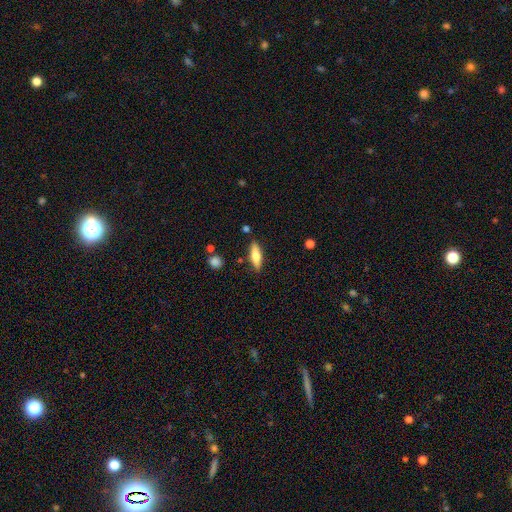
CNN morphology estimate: Overall: smooth (64%; featured or disk 30%). How rounded: in between (50%; cigar-shaped 48%). Merging: none (85%).